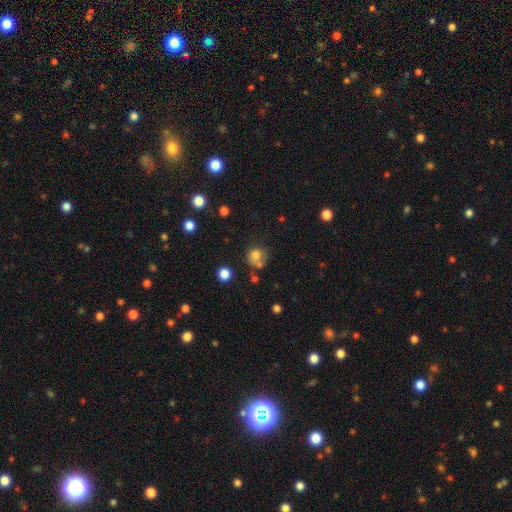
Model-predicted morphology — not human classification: A smooth galaxy with no disk features (73%) that is round (83%).

Vote fractions:
- Smooth or featured? smooth: 73% / featured or disk: 14% / star or artifact: 13%
- How rounded? round: 83% / in between: 16% / cigar-shaped: 1%
- Merging? none: 49% / merger: 24% / minor disturbance: 17% / major disturbance: 10%